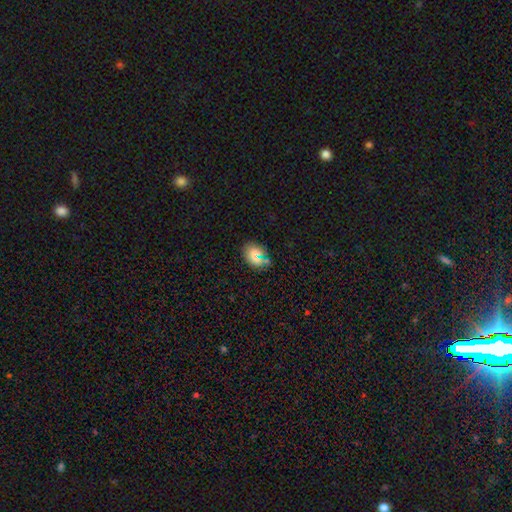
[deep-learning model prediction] smooth-or-featured: smooth: 71% | star or artifact: 20% | featured or disk: 8%
  how-rounded: in between: 69% | round: 28% | cigar-shaped: 3%
  merging: none: 82% | minor disturbance: 12% | major disturbance: 3% | merger: 2%